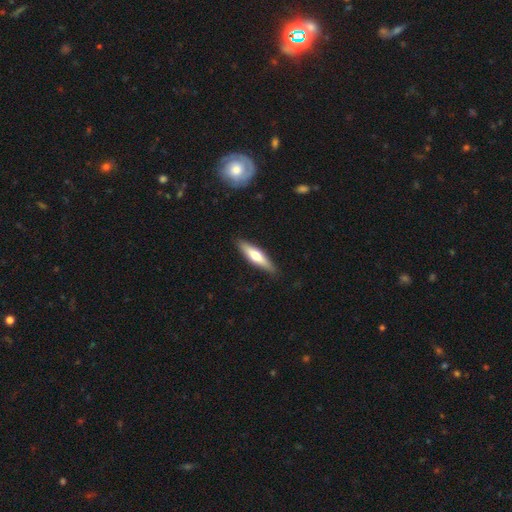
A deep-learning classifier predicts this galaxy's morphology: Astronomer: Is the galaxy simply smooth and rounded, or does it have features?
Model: smooth — 54% (runner-up: featured or disk, 41%).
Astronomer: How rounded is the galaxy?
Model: cigar-shaped — 72%.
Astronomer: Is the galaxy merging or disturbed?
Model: none — 87%.